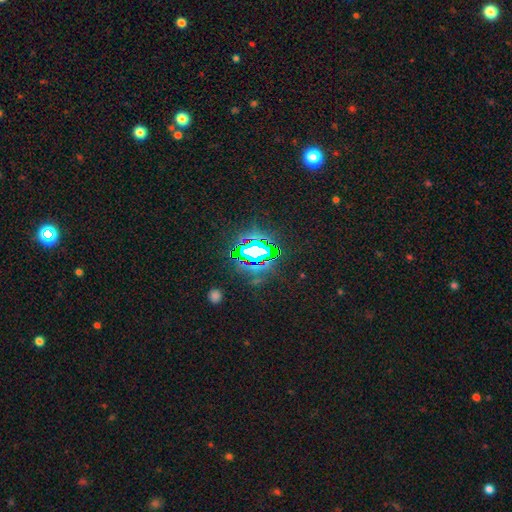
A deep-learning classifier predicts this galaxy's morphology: smooth_or_featured: star or artifact (p=0.79) [alt: smooth p=0.11]